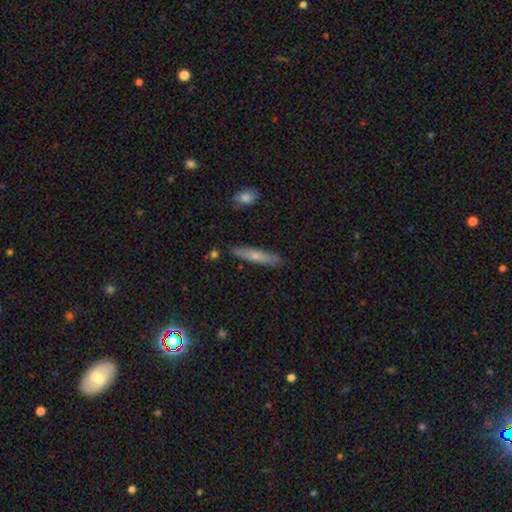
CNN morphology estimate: Q: Smooth or featured?
A: smooth (63%); runner-up: featured or disk (31%)
Q: How rounded?
A: cigar-shaped (89%); runner-up: in between (9%)
Q: Merging?
A: none (86%); runner-up: minor disturbance (10%)